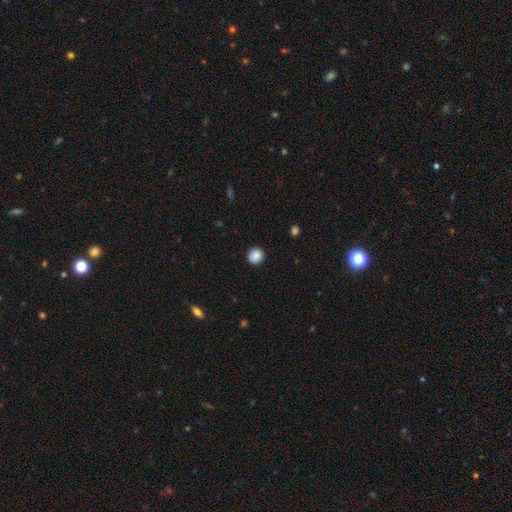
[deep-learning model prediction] smooth_or_featured: smooth (p=0.88) [alt: star or artifact p=0.09]
how_rounded: round (p=0.93) [alt: in between p=0.06]
merging: none (p=0.91) [alt: minor disturbance p=0.06]